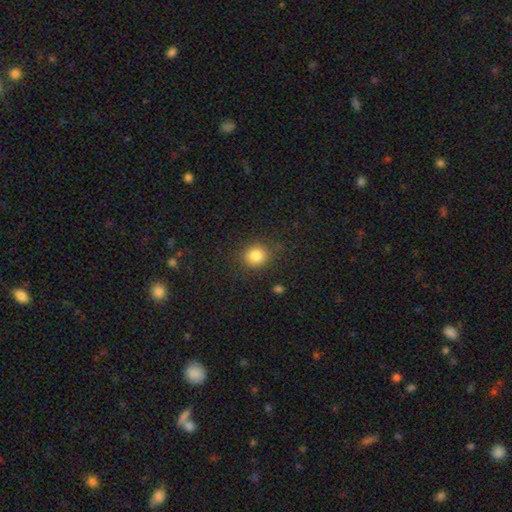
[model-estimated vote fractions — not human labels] smooth 83%, star or artifact 11%, featured or disk 6%. Down the decision tree: how rounded — round (77%); merging — none (85%).